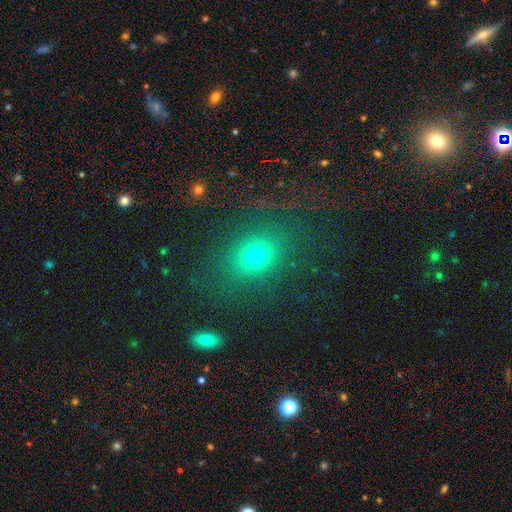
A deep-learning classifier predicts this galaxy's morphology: Smooth or featured? smooth (68%)
How rounded? round (50%)
Merging? none (79%)